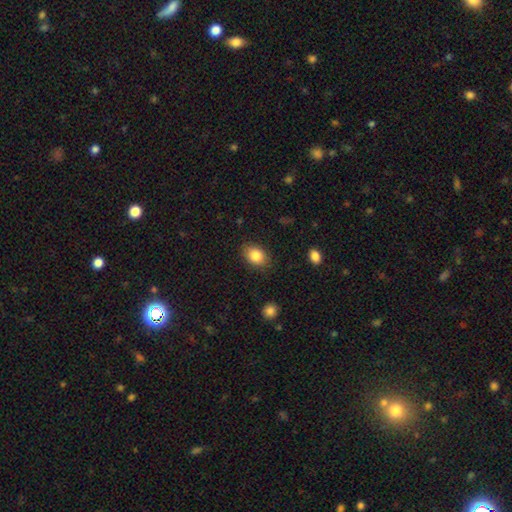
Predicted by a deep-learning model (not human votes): Smooth or featured? smooth (85%)
How rounded? in between (74%)
Merging? none (84%)